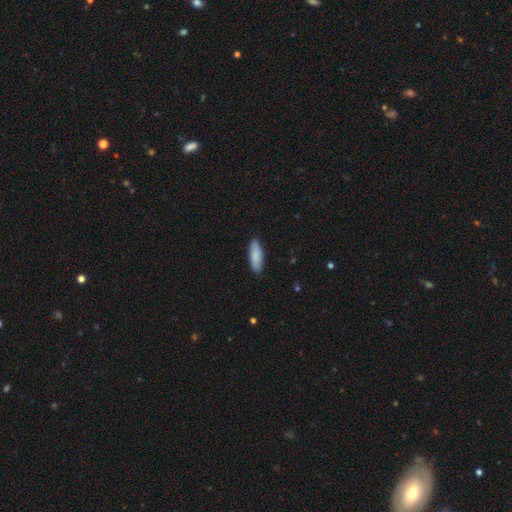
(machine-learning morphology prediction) Smooth or featured?
  - smooth: 85% *
  - featured or disk: 10%
  - star or artifact: 5%
How rounded?
  - in between: 58% *
  - cigar-shaped: 40%
  - round: 2%
Merging?
  - none: 87% *
  - minor disturbance: 10%
  - major disturbance: 2%
  - merger: 1%